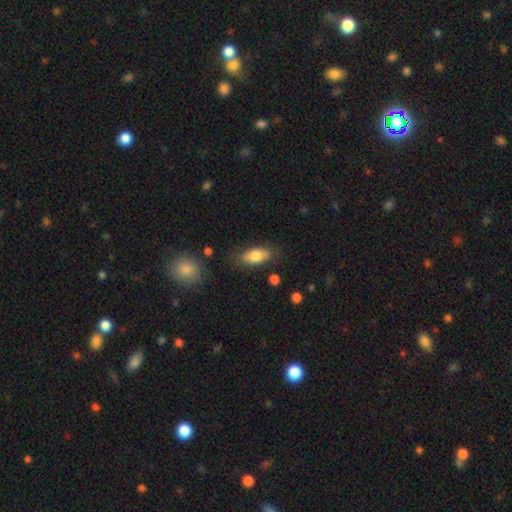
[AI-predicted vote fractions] Morphology: type=smooth (79%); roundness=in between (90%); merging=none (77%).